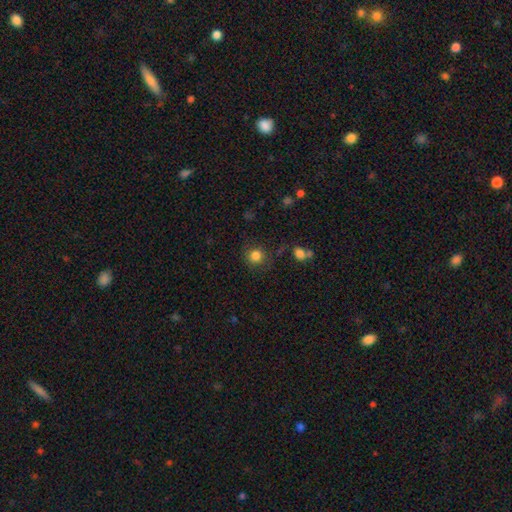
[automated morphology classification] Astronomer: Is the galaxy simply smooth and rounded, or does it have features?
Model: smooth — 83%.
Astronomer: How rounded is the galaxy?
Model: round — 91%.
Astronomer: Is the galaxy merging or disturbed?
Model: none — 82%.